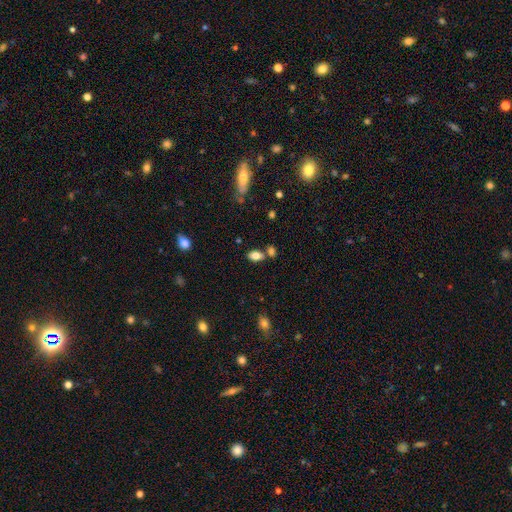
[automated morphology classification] Smooth or featured? smooth (81%)
How rounded? in between (90%)
Merging? none (63%)